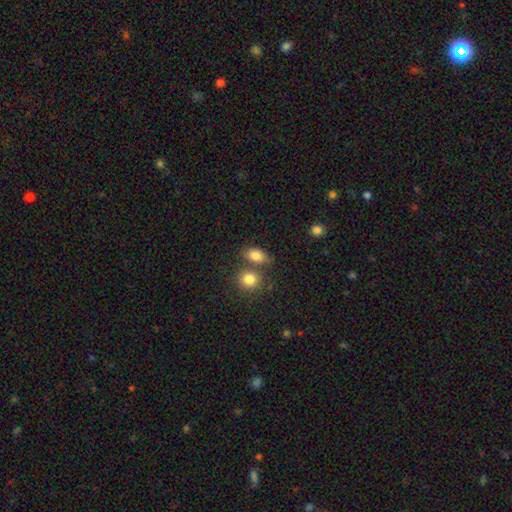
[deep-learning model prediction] This appears to be a smooth galaxy with no disk features (84%) that is in between round and cigar-shaped (80%). Merging: none (55%).